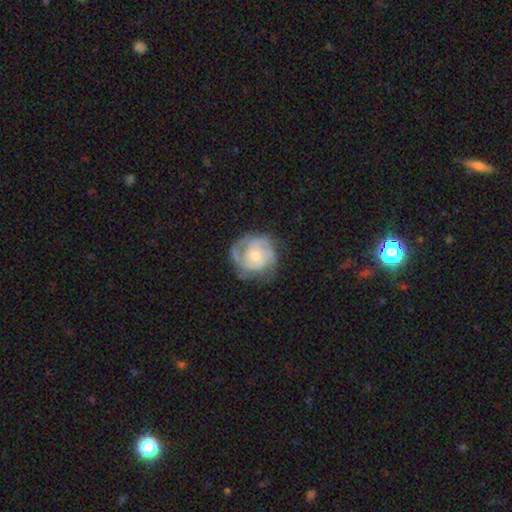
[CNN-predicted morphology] smooth_or_featured: featured or disk (p=0.78) [alt: smooth p=0.16]
disk_edge_on: no (p=0.98) [alt: yes p=0.02]
bar: no (p=0.77) [alt: weak p=0.20]
has_spiral_arms: yes (p=0.90) [alt: no p=0.10]
spiral_winding: tight (p=0.53) [alt: medium p=0.36]
spiral_arm_count: can't tell (p=0.30) [alt: 3 p=0.29]
bulge_size: moderate (p=0.50) [alt: small p=0.43]
merging: none (p=0.65) [alt: minor disturbance p=0.21]